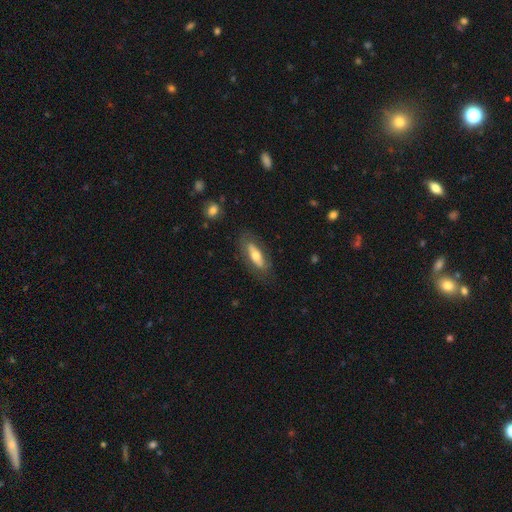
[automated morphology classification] Overall: smooth (51%; featured or disk 43%). How rounded: in between (57%; cigar-shaped 41%). Merging: none (77%).